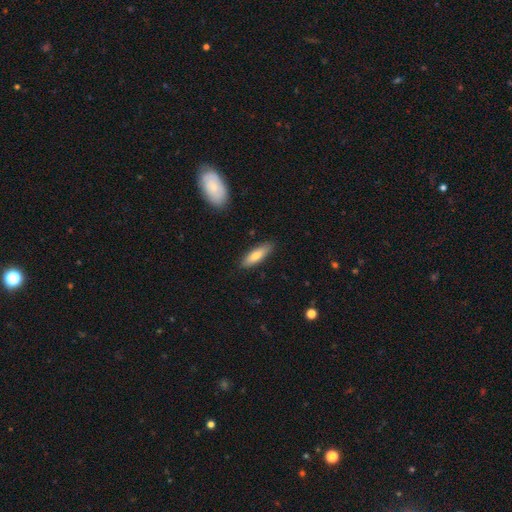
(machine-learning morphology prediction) Smooth or featured? Predicted: smooth (p=0.74). How rounded? Predicted: cigar-shaped (p=0.53). Merging? Predicted: none (p=0.87).